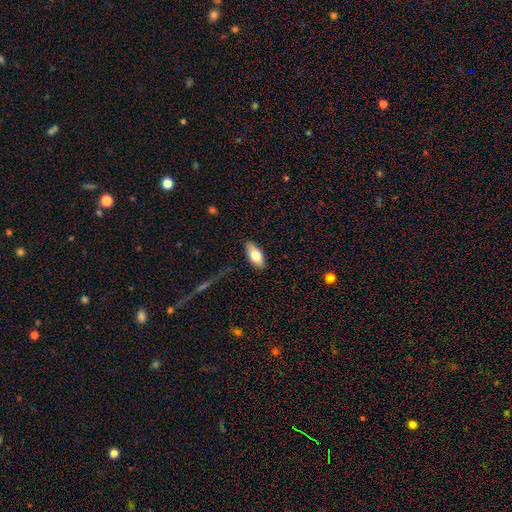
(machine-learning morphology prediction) Smooth or featured?
  - smooth: 76% *
  - featured or disk: 18%
  - star or artifact: 7%
How rounded?
  - in between: 91% *
  - cigar-shaped: 7%
  - round: 3%
Merging?
  - none: 84% *
  - minor disturbance: 12%
  - major disturbance: 3%
  - merger: 1%